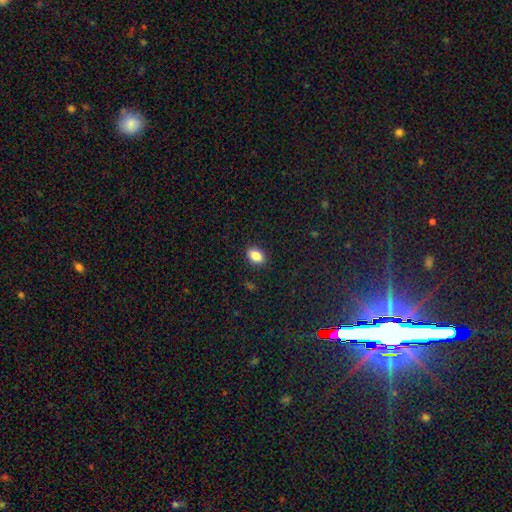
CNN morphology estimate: smooth_or_featured: smooth (p=0.86) [alt: star or artifact p=0.09]
how_rounded: in between (p=0.83) [alt: round p=0.16]
merging: none (p=0.89) [alt: minor disturbance p=0.08]